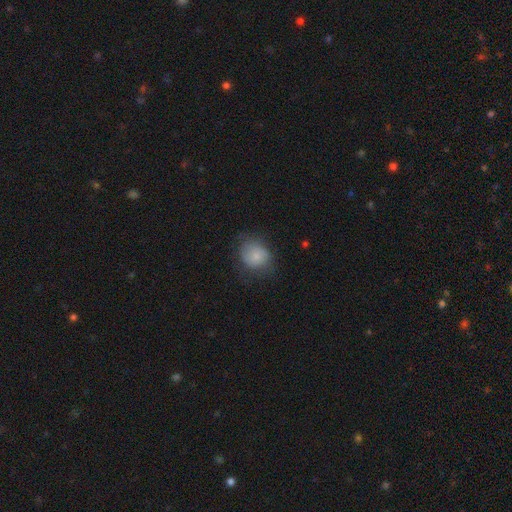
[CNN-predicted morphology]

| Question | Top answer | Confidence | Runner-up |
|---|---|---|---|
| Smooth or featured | smooth | 78% | featured or disk (14%) |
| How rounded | round | 68% | in between (31%) |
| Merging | none | 61% | minor disturbance (25%) |